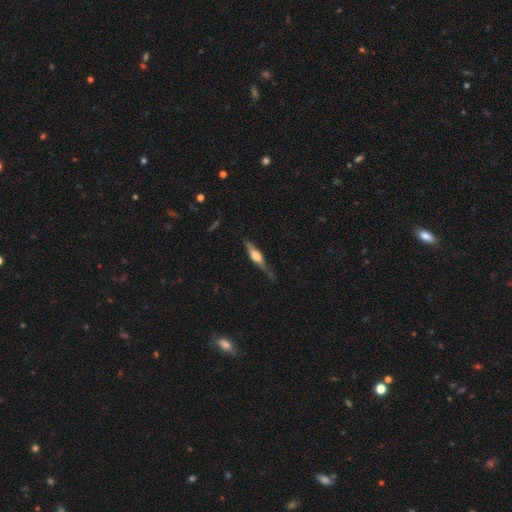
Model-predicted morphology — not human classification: smooth_or_featured: featured or disk (p=0.59) [alt: smooth p=0.35]
disk_edge_on: yes (p=0.93) [alt: no p=0.07]
edge_on_bulge: rounded (p=0.79) [alt: boxy p=0.17]
merging: none (p=0.66) [alt: minor disturbance p=0.24]